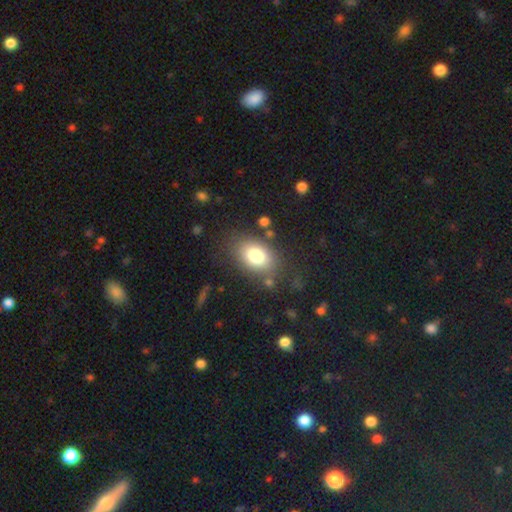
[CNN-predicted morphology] A smooth galaxy with no disk features (78%) that is in between round and cigar-shaped (77%). Merging: none (77%).